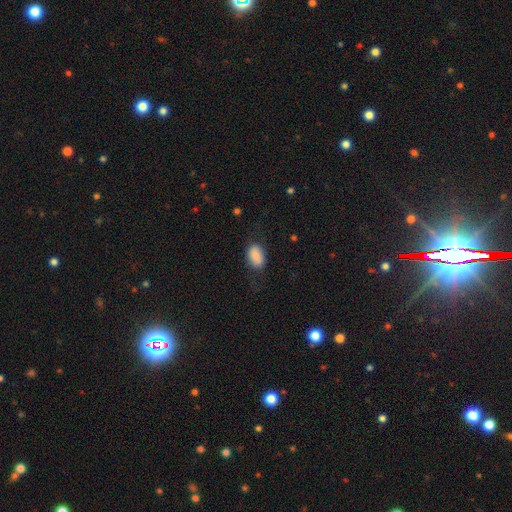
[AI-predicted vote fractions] This appears to be a smooth galaxy with no disk features (86%) that is in between round and cigar-shaped (87%). Merging: none (74%).